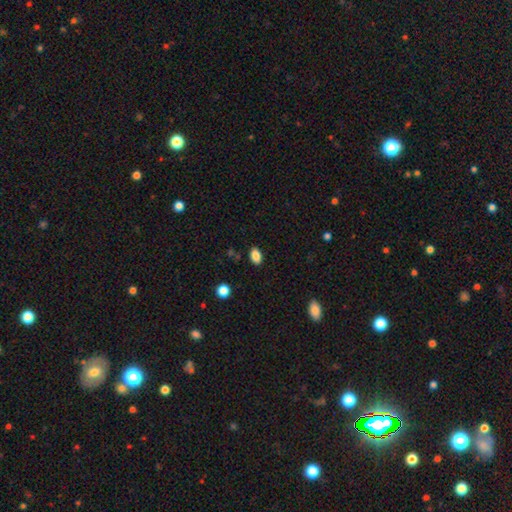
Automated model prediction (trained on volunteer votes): This is clearly a smooth galaxy (86%). How rounded: clearly in between (87%). Merging: clearly none (87%).